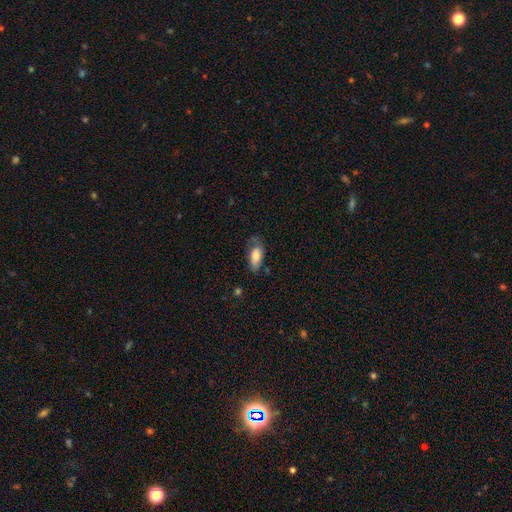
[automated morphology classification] type=smooth (77%); roundness=in between (87%); merging=none (53%).